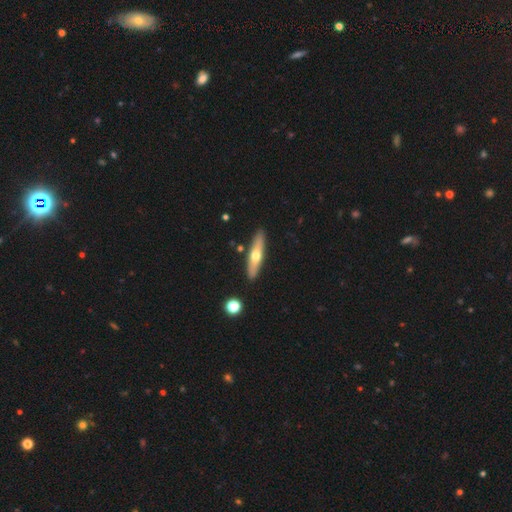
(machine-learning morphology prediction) A featured or disk galaxy (49%). Merging: none (88%).